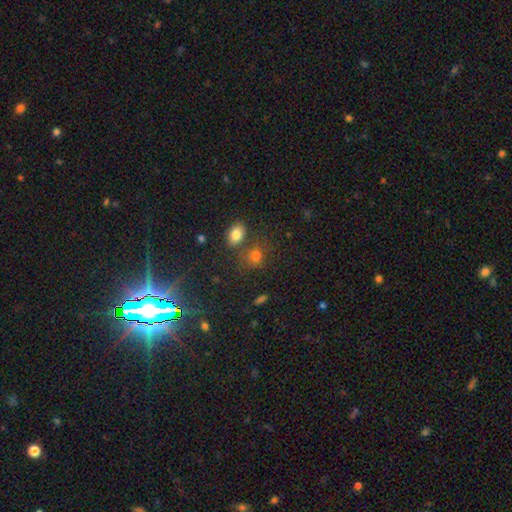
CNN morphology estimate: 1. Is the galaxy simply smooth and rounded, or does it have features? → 69% smooth, 23% star or artifact, 9% featured or disk.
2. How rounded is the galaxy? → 63% in between, 35% round, 2% cigar-shaped.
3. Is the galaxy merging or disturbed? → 61% none, 21% merger, 13% minor disturbance, 5% major disturbance.